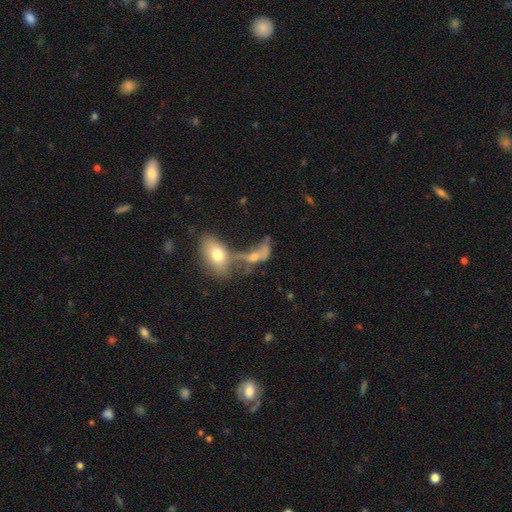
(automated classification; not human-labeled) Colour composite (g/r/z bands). It shows a smooth galaxy with no disk features (51%) that is in between round and cigar-shaped (79%). Merging: merger (54%).